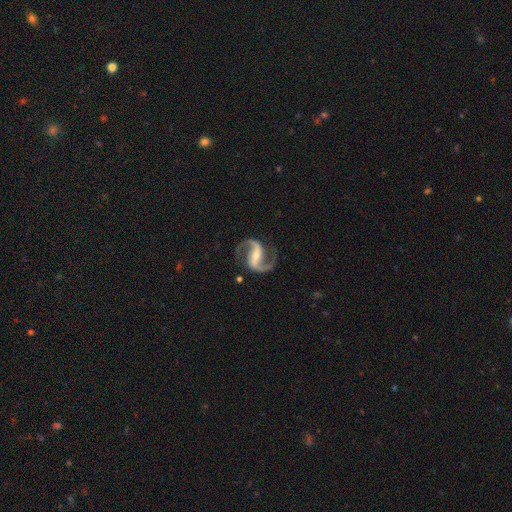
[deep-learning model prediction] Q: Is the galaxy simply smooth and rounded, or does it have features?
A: featured or disk — 93%.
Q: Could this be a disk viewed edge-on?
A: no — 98%.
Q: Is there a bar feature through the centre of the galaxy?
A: strong — 51%.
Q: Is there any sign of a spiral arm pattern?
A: yes — 98%.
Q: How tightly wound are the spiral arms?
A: medium — 53%.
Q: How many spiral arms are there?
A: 2 — 94%.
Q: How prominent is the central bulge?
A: small — 58%.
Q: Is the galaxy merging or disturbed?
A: none — 83%.